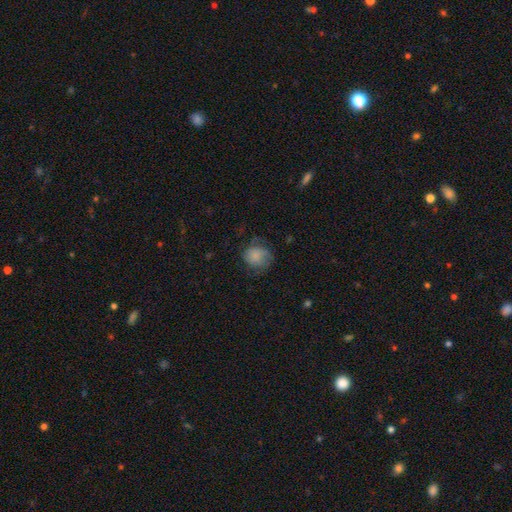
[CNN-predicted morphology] A smooth galaxy with no disk features (75%) that is round (77%). Merging: none (56%).